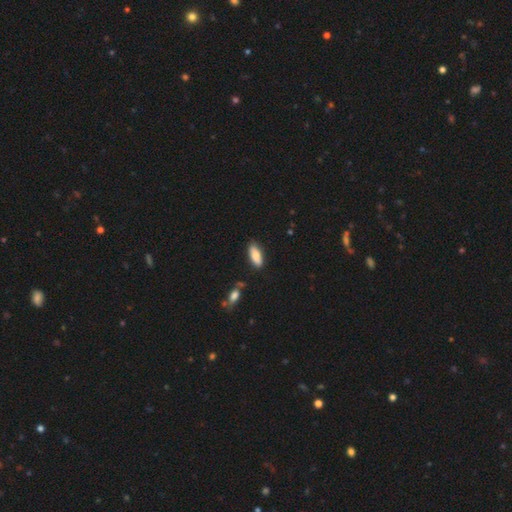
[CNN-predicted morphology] Smooth or featured? Predicted: smooth (p=0.78). How rounded? Predicted: in between (p=0.73). Merging? Predicted: none (p=0.84).